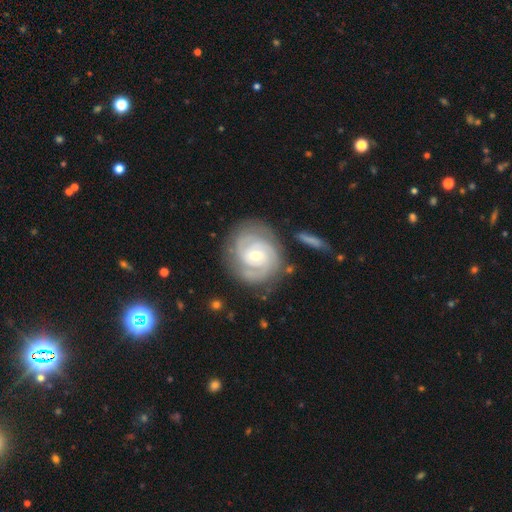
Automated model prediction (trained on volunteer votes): featured or disk 89%, smooth 7%, star or artifact 5%. Down the decision tree: edge-on disk — no (97%); bar — no (61%); spiral arms — yes (97%); spiral arm count — 2 (41%); spiral winding — tight (75%); bulge size — small (49%); merging — none (76%).